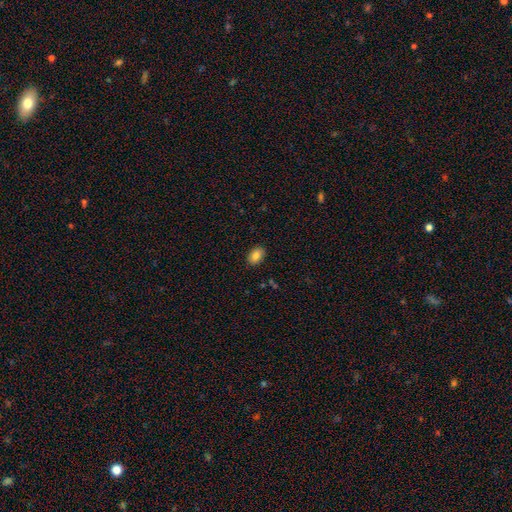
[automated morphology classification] Smooth or featured?
  - smooth: 84% *
  - star or artifact: 8%
  - featured or disk: 8%
How rounded?
  - in between: 81% *
  - round: 18%
  - cigar-shaped: 1%
Merging?
  - none: 89% *
  - minor disturbance: 8%
  - major disturbance: 2%
  - merger: 1%